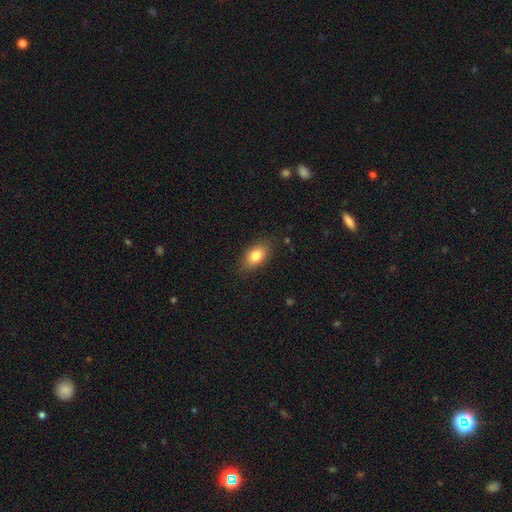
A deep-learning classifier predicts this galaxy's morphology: This appears to be a smooth galaxy with no disk features (81%) that is in between round and cigar-shaped (87%). Merging: none (84%).